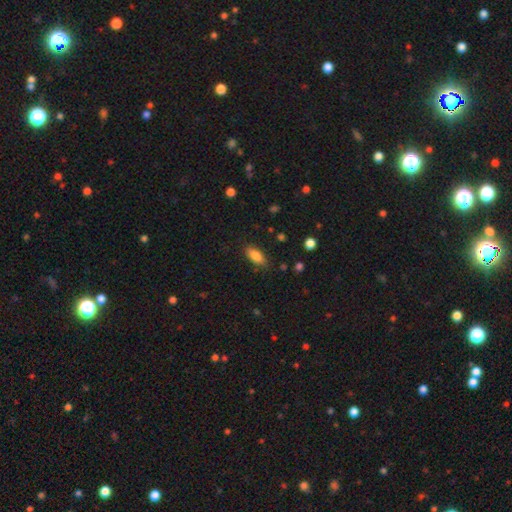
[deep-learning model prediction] Q: Smooth or featured?
A: smooth (83%); runner-up: featured or disk (10%)
Q: How rounded?
A: in between (83%); runner-up: cigar-shaped (15%)
Q: Merging?
A: none (83%); runner-up: minor disturbance (13%)